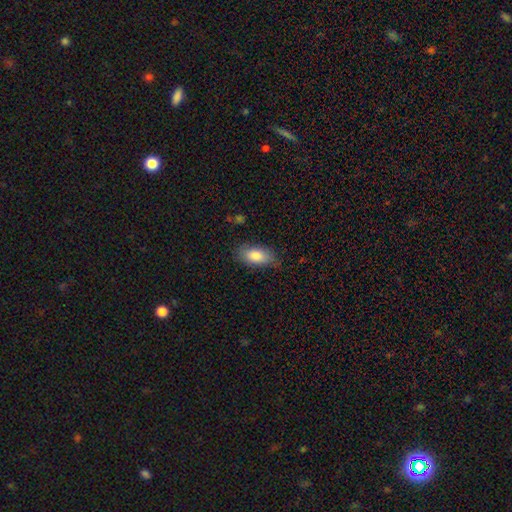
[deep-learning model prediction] smooth 84%, featured or disk 9%, star or artifact 7%. Down the decision tree: how rounded — in between (89%); merging — none (78%).